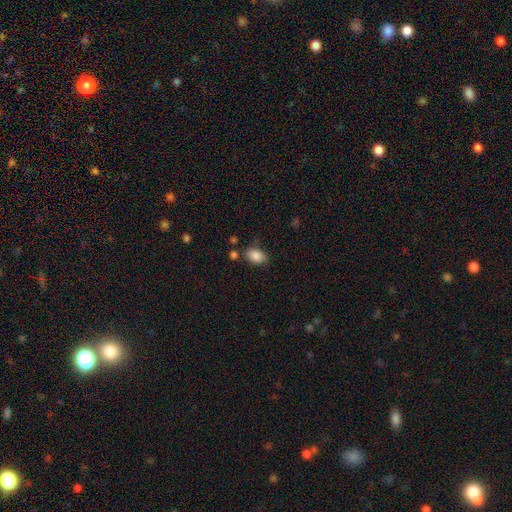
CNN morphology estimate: Overall: smooth (86%). How rounded: in between (83%). Merging: none (73%).